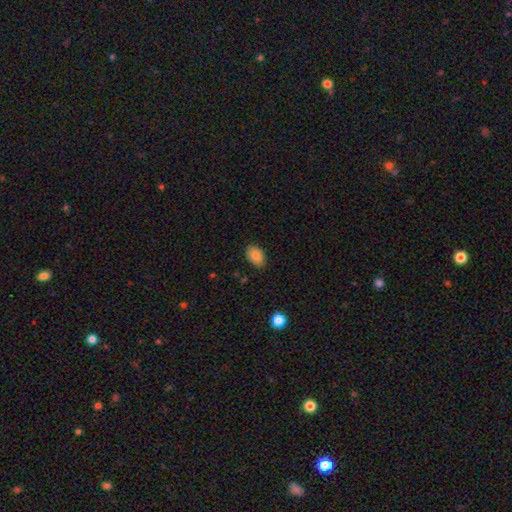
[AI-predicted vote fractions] Smooth or featured? Predicted: smooth (p=0.83). How rounded? Predicted: in between (p=0.88). Merging? Predicted: none (p=0.86).